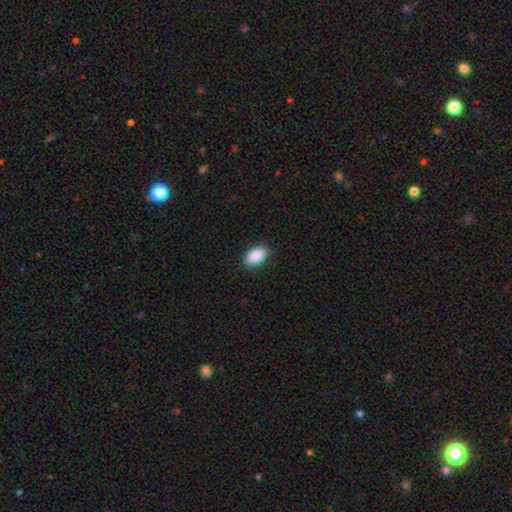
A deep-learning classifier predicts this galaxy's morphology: smooth-or-featured: smooth: 90% | star or artifact: 7% | featured or disk: 3%
  how-rounded: in between: 94% | round: 5% | cigar-shaped: 2%
  merging: none: 89% | minor disturbance: 8% | major disturbance: 2% | merger: 1%